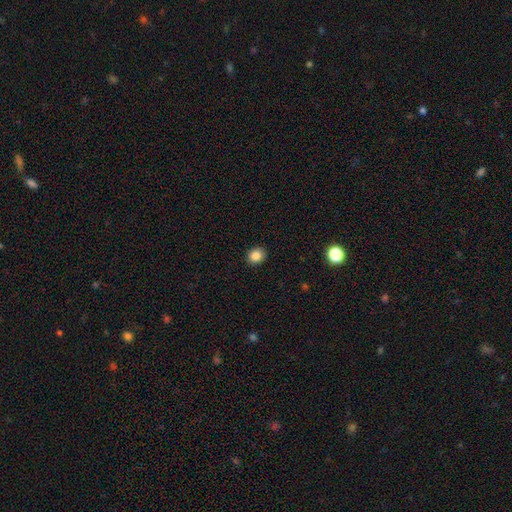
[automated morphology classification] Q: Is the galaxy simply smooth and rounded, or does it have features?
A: smooth — 85%.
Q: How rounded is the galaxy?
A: round — 69%.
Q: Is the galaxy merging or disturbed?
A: none — 91%.